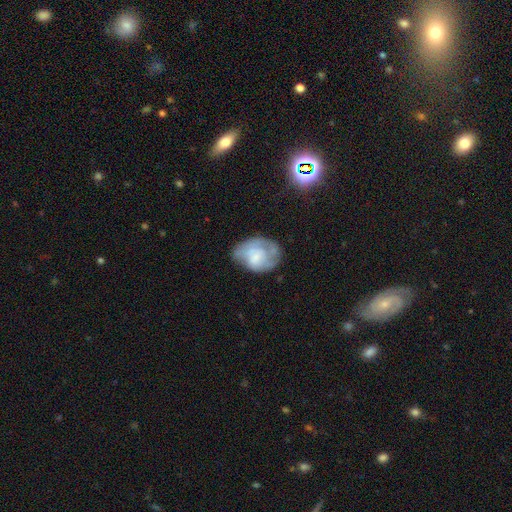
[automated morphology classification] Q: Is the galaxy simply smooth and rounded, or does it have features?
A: featured or disk — 47%.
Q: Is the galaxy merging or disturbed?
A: none — 44%.